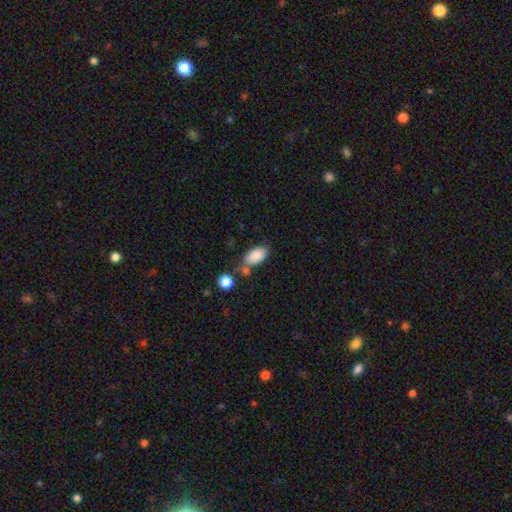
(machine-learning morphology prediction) Q: Smooth or featured?
A: smooth (87%); runner-up: star or artifact (7%)
Q: How rounded?
A: in between (93%); runner-up: round (4%)
Q: Merging?
A: none (60%); runner-up: minor disturbance (18%)